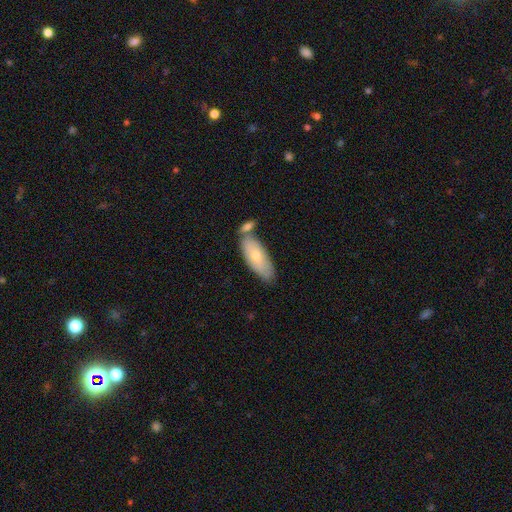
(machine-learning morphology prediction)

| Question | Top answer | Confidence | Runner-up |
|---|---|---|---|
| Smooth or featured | smooth | 69% | featured or disk (25%) |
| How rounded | in between | 79% | cigar-shaped (19%) |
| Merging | none | 56% | merger (22%) |